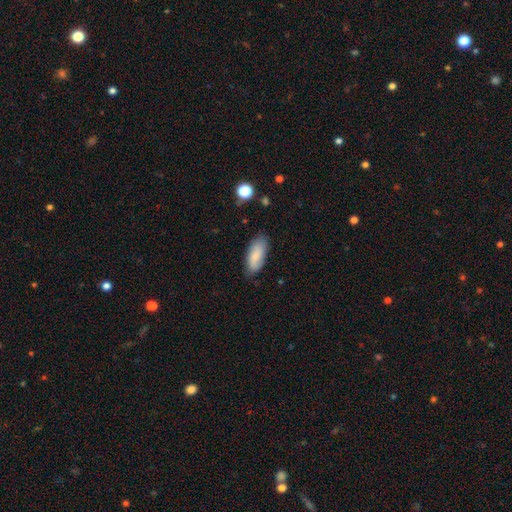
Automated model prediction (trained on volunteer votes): This is likely a smooth galaxy (79%). How rounded: clearly in between (86%). Merging: likely none (77%).